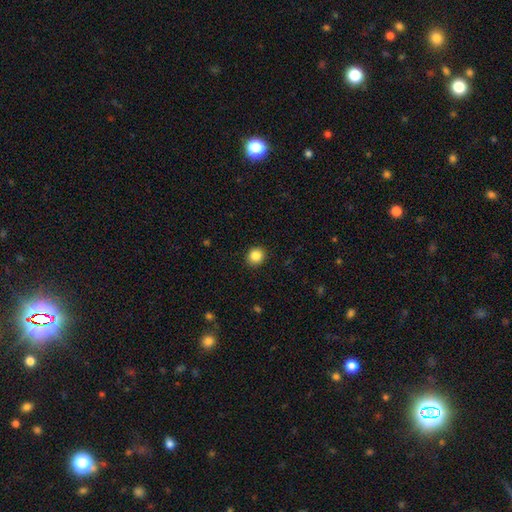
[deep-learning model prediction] Q: Smooth or featured?
A: smooth (86%); runner-up: star or artifact (10%)
Q: How rounded?
A: round (86%); runner-up: in between (13%)
Q: Merging?
A: none (92%); runner-up: minor disturbance (6%)